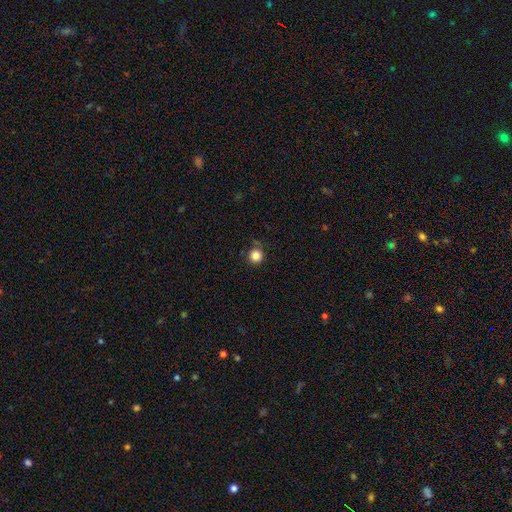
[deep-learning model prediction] Q: Smooth or featured?
A: smooth (84%); runner-up: star or artifact (12%)
Q: How rounded?
A: round (94%); runner-up: in between (5%)
Q: Merging?
A: none (84%); runner-up: minor disturbance (11%)